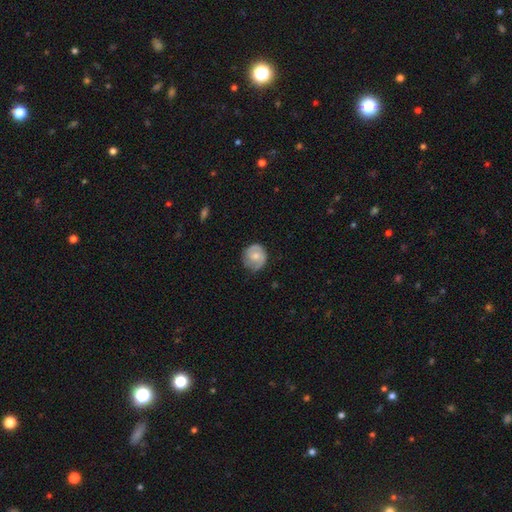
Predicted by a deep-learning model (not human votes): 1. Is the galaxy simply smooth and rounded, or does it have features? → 47% smooth, 46% featured or disk, 6% star or artifact.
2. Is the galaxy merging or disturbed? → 66% none, 26% minor disturbance, 7% major disturbance, 1% merger.